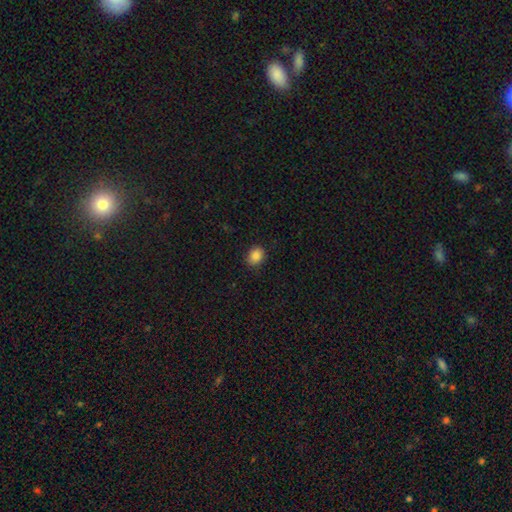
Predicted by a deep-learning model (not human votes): Smooth or featured: smooth — 87% (star or artifact — 10%)
How rounded: round — 53% (in between — 46%)
Merging: none — 87% (minor disturbance — 10%)